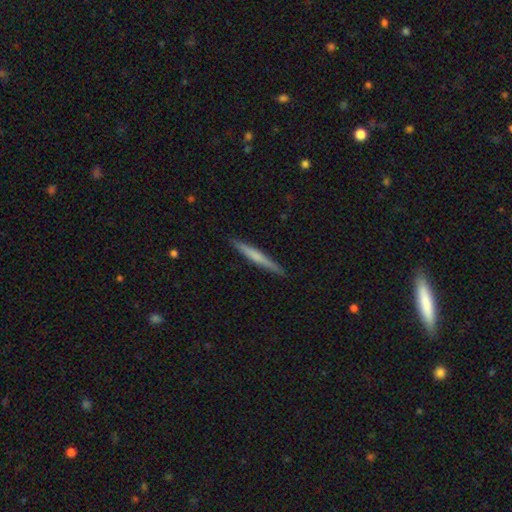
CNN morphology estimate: Smooth or featured? Predicted: smooth (p=0.53). How rounded? Predicted: cigar-shaped (p=0.96). Merging? Predicted: none (p=0.91).